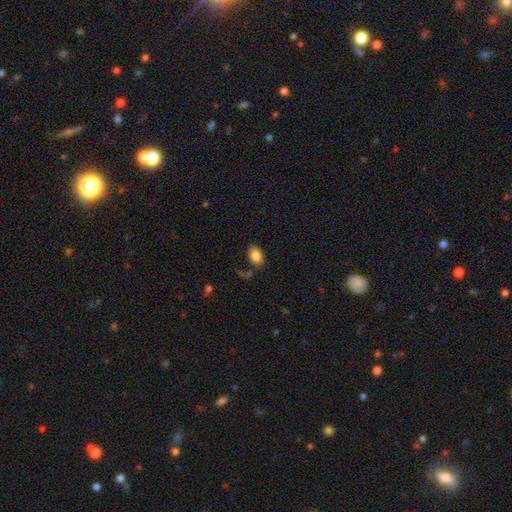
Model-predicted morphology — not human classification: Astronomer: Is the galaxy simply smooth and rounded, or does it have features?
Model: smooth — 85%.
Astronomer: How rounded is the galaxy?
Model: in between — 91%.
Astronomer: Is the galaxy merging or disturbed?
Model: none — 78%.